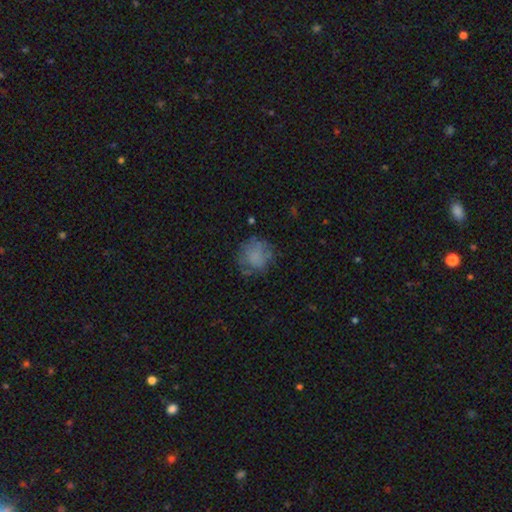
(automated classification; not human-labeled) smooth-or-featured: smooth: 66% | featured or disk: 23% | star or artifact: 11%
  how-rounded: round: 81% | in between: 18% | cigar-shaped: 1%
  merging: none: 62% | minor disturbance: 22% | major disturbance: 14% | merger: 2%